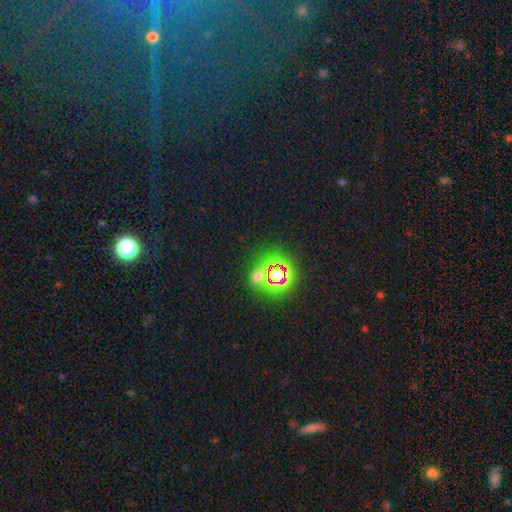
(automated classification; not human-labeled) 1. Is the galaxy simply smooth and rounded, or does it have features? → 74% star or artifact, 18% smooth, 8% featured or disk.